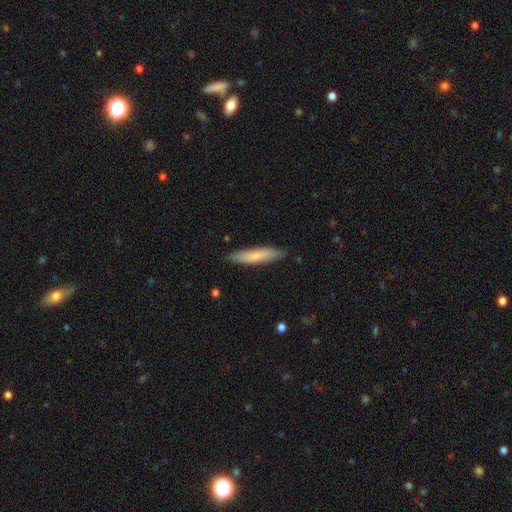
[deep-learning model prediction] smooth-or-featured: smooth: 75% | featured or disk: 19% | star or artifact: 5%
  how-rounded: cigar-shaped: 81% | in between: 18% | round: 1%
  merging: none: 86% | minor disturbance: 11% | major disturbance: 2% | merger: 1%